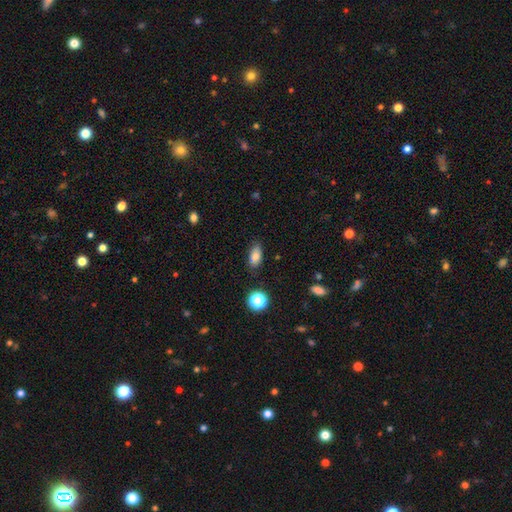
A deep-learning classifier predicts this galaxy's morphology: type=smooth (79%); roundness=in between (85%); merging=none (81%).